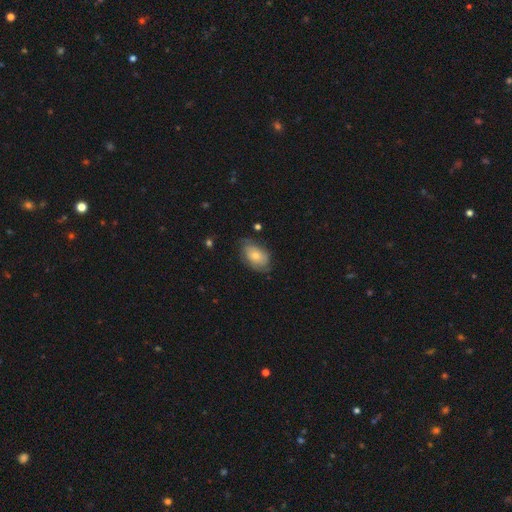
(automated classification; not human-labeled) A smooth galaxy with no disk features (53%) that is in between round and cigar-shaped (87%). Merging: none (62%).